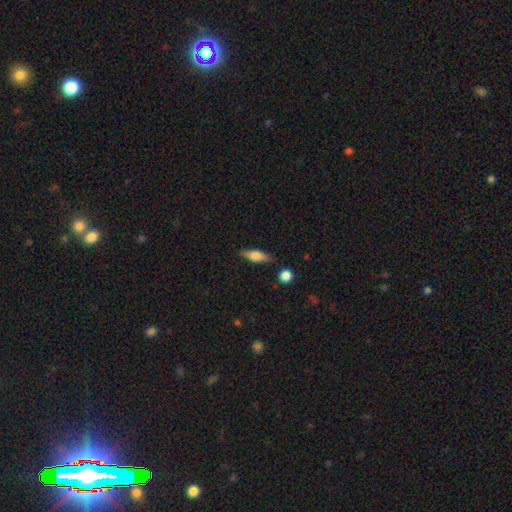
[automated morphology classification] Smooth or featured? Predicted: smooth (p=0.64). How rounded? Predicted: in between (p=0.55). Merging? Predicted: none (p=0.81).